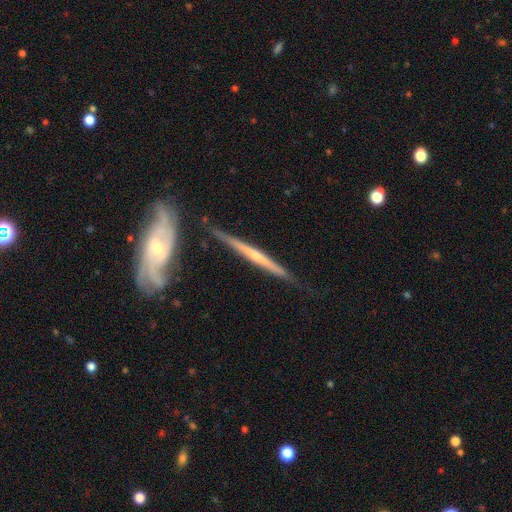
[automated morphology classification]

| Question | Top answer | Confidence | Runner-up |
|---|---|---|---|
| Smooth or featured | featured or disk | 75% | smooth (20%) |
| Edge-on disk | yes | 94% | no (6%) |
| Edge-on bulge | none | 53% | rounded (40%) |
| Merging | none | 76% | minor disturbance (16%) |